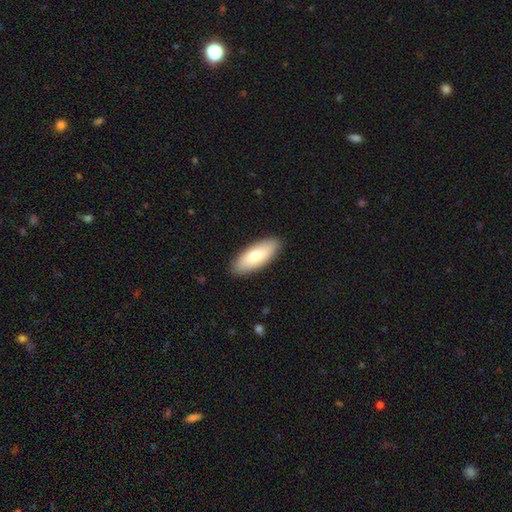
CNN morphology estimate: Smooth or featured? Predicted: smooth (p=0.79). How rounded? Predicted: in between (p=0.75). Merging? Predicted: none (p=0.90).